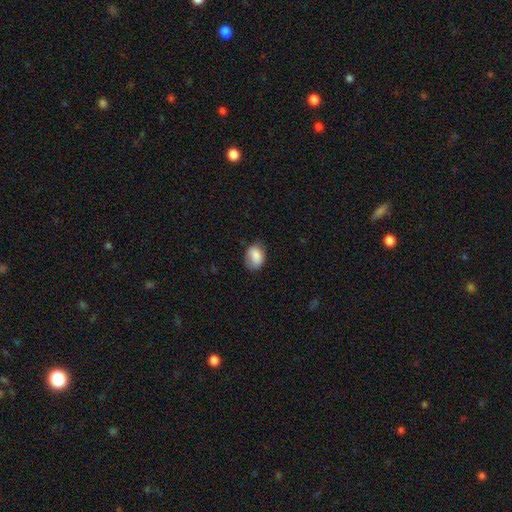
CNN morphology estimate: A smooth galaxy with no disk features (83%) that is in between round and cigar-shaped (72%).

Vote fractions:
- Smooth or featured? smooth: 83% / featured or disk: 10% / star or artifact: 8%
- How rounded? in between: 72% / round: 27% / cigar-shaped: 1%
- Merging? none: 63% / minor disturbance: 28% / major disturbance: 8% / merger: 1%